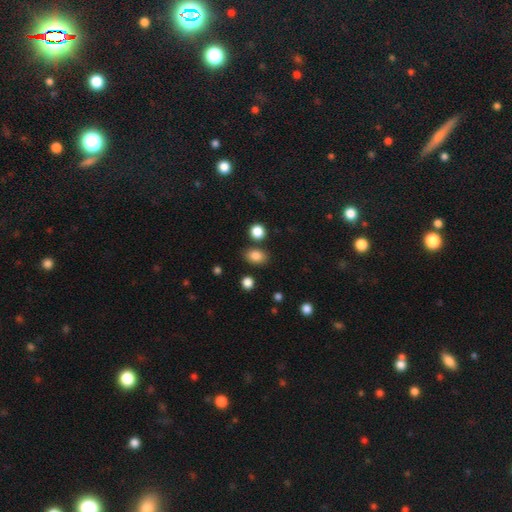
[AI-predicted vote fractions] Q: Smooth or featured?
A: smooth (85%); runner-up: star or artifact (10%)
Q: How rounded?
A: in between (70%); runner-up: round (29%)
Q: Merging?
A: none (80%); runner-up: minor disturbance (10%)